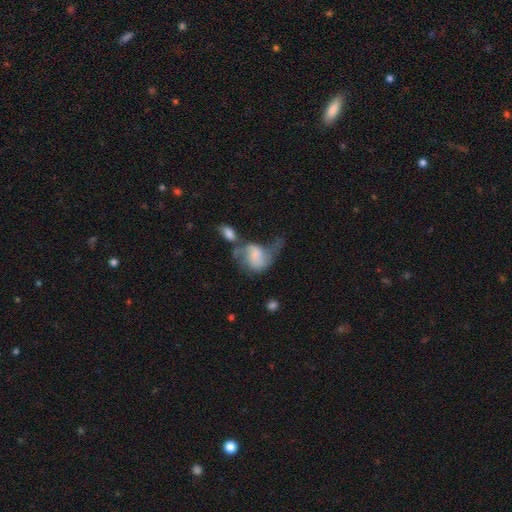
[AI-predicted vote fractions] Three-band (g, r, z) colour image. It shows a smooth galaxy with no disk features (49%). Merging: major disturbance (35%).